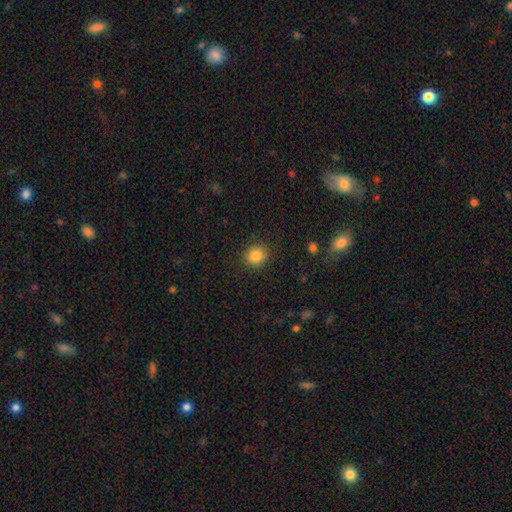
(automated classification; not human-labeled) Smooth or featured: smooth — 84% (star or artifact — 11%)
How rounded: round — 86% (in between — 13%)
Merging: none — 90% (minor disturbance — 6%)